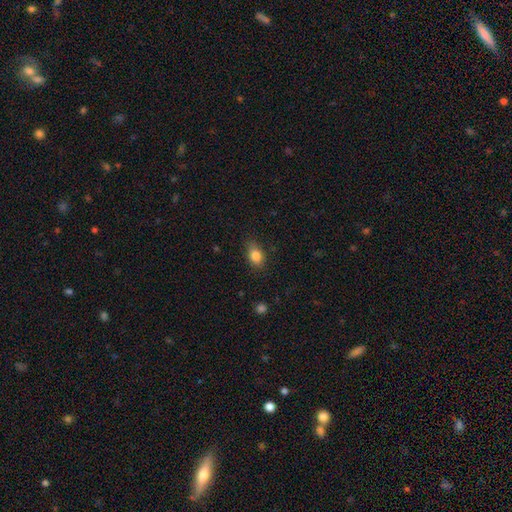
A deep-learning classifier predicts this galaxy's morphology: smooth_or_featured: smooth (p=0.83) [alt: star or artifact p=0.09]
how_rounded: in between (p=0.78) [alt: round p=0.20]
merging: none (p=0.79) [alt: minor disturbance p=0.16]